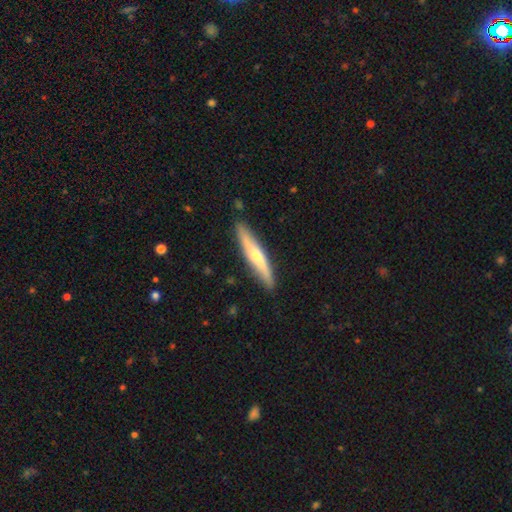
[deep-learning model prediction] smooth-or-featured: featured or disk: 52% | smooth: 44% | star or artifact: 5%
  disk-edge-on: yes: 89% | no: 11%
  merging: none: 88% | minor disturbance: 9% | major disturbance: 2% | merger: 1%